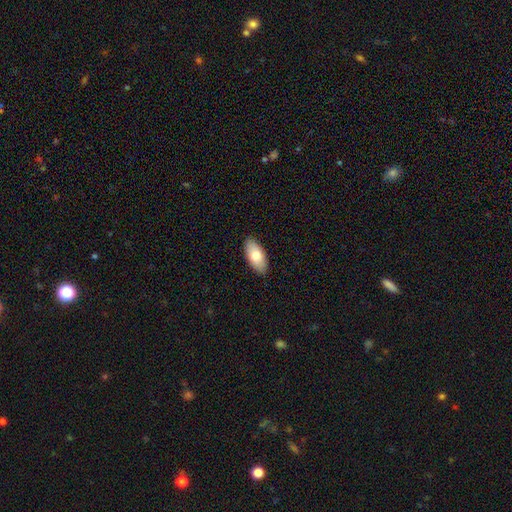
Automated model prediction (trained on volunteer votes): Overall: smooth (75%). How rounded: in between (92%). Merging: none (89%).